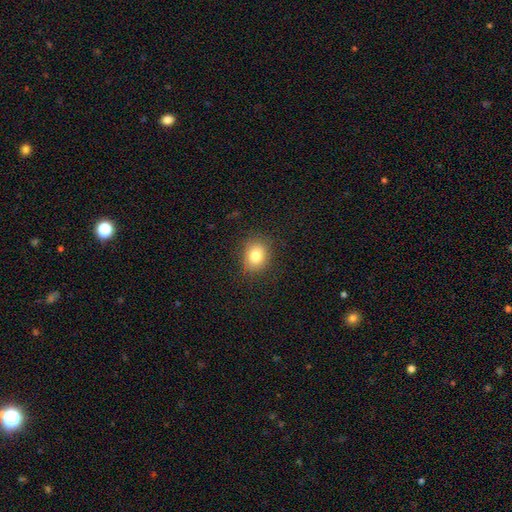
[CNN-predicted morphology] The model was most divided on "how rounded": round: 58%, in between: 41%, cigar-shaped: 1%. More confident: merging — none (85%); smooth or featured — smooth (80%).